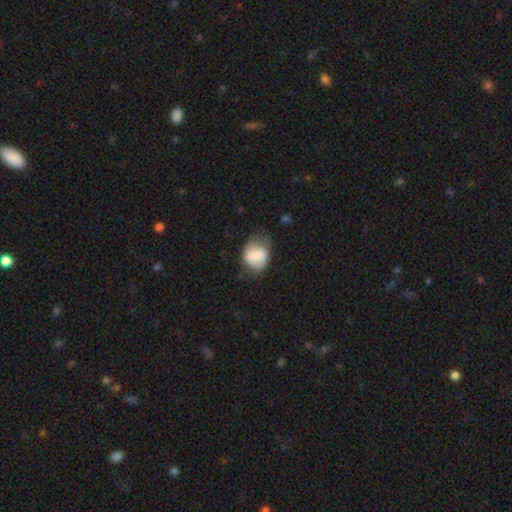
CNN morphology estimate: Smooth or featured? Predicted: smooth (p=0.69). How rounded? Predicted: in between (p=0.53). Merging? Predicted: none (p=0.52).